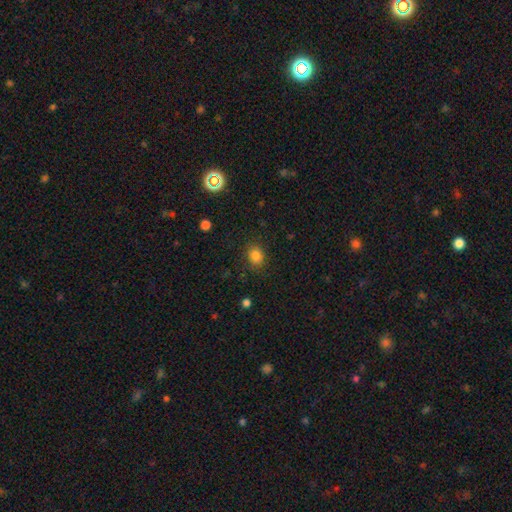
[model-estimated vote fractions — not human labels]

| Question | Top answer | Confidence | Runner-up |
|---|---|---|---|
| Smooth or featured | smooth | 83% | star or artifact (12%) |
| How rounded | round | 54% | in between (45%) |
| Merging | none | 85% | minor disturbance (10%) |